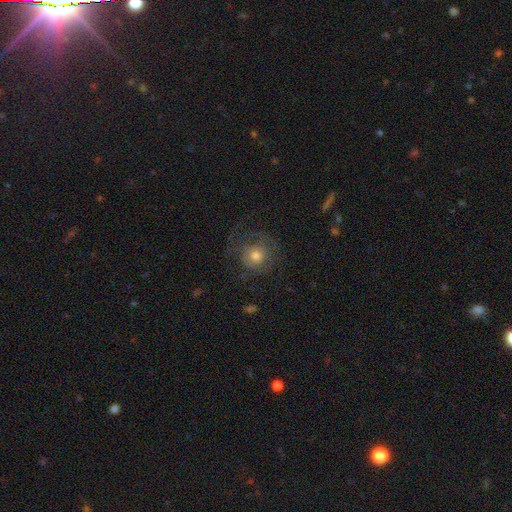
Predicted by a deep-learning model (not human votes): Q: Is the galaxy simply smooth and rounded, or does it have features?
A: smooth — 60%.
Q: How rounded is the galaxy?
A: round — 89%.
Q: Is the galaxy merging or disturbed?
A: none — 58%.